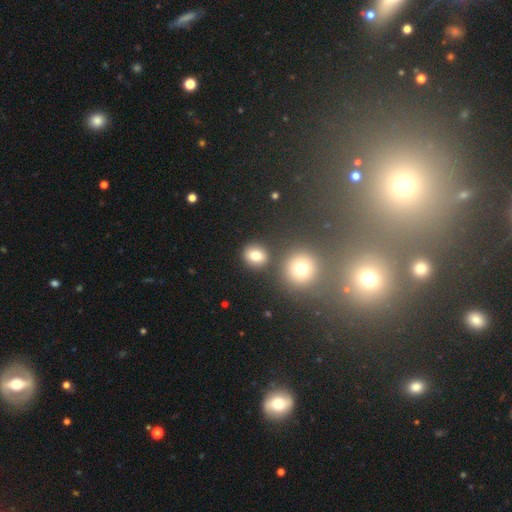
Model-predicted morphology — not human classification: Smooth or featured? Predicted: smooth (p=0.78). How rounded? Predicted: round (p=0.71). Merging? Predicted: none (p=0.77).